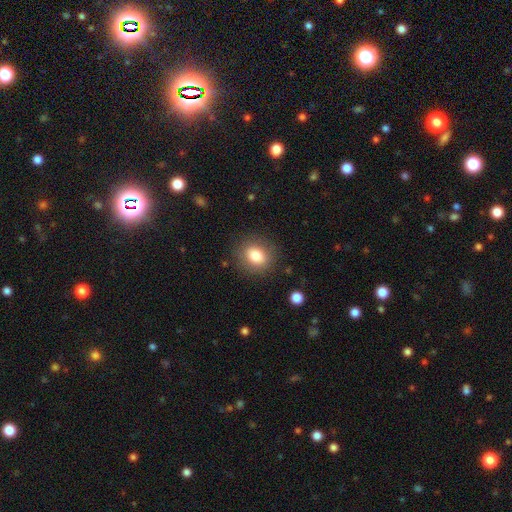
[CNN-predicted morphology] Smooth or featured?
  - smooth: 81% *
  - star or artifact: 10%
  - featured or disk: 9%
How rounded?
  - round: 67% *
  - in between: 32%
  - cigar-shaped: 1%
Merging?
  - none: 86% *
  - minor disturbance: 9%
  - major disturbance: 4%
  - merger: 1%